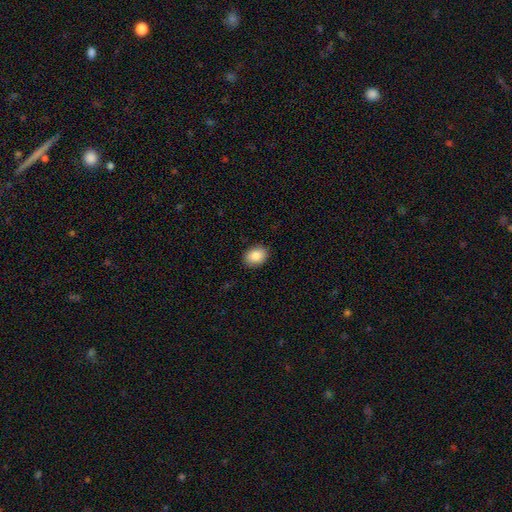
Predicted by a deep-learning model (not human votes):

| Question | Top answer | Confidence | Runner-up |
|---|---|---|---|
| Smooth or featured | smooth | 87% | star or artifact (7%) |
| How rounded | in between | 70% | round (29%) |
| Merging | none | 89% | minor disturbance (8%) |